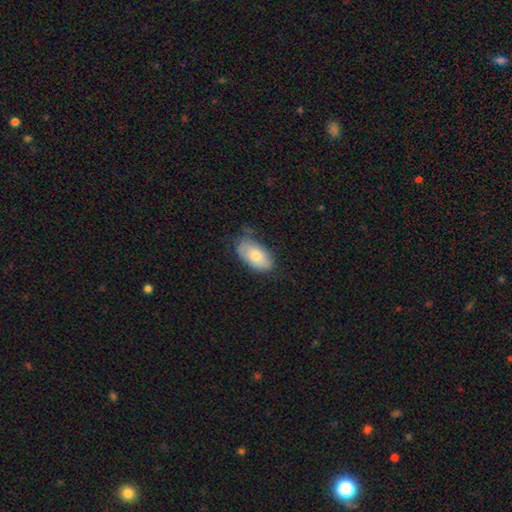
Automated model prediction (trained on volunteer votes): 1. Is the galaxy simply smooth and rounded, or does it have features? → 71% smooth, 22% featured or disk, 7% star or artifact.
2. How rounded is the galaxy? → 94% in between, 4% round, 2% cigar-shaped.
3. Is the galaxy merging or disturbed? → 66% none, 27% minor disturbance, 6% major disturbance, 2% merger.